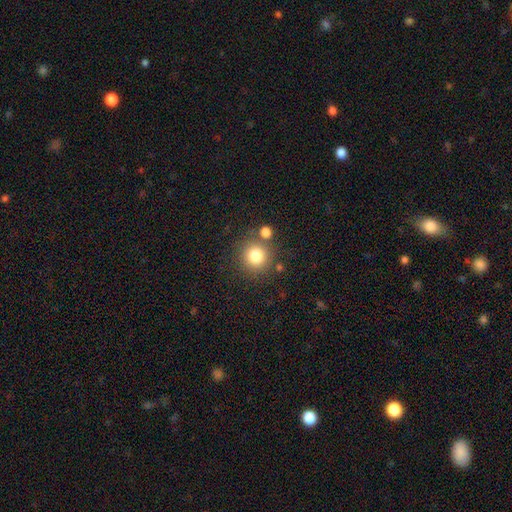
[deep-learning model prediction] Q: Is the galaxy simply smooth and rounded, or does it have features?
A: smooth — 79%.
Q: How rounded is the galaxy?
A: round — 93%.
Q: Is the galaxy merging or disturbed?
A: none — 80%.